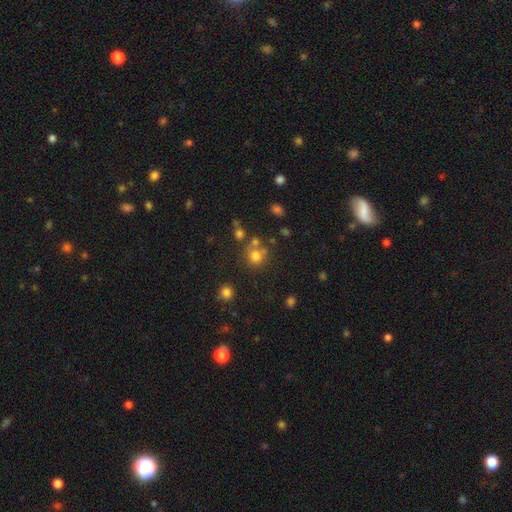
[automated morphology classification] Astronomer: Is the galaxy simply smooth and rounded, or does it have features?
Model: smooth — 73%.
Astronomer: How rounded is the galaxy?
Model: round — 86%.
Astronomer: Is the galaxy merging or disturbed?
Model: none — 59%.